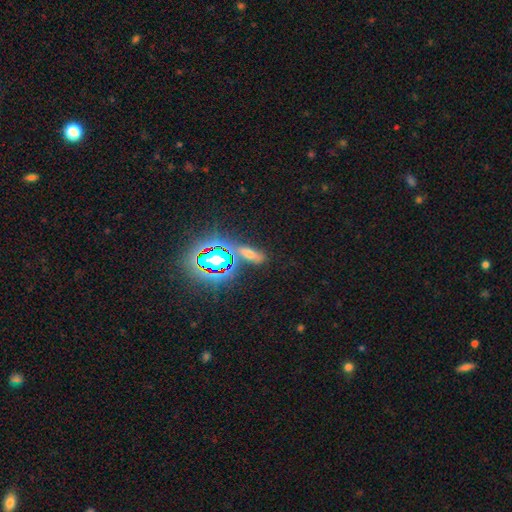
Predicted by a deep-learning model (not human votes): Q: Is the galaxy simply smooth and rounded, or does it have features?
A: star or artifact — 53%.